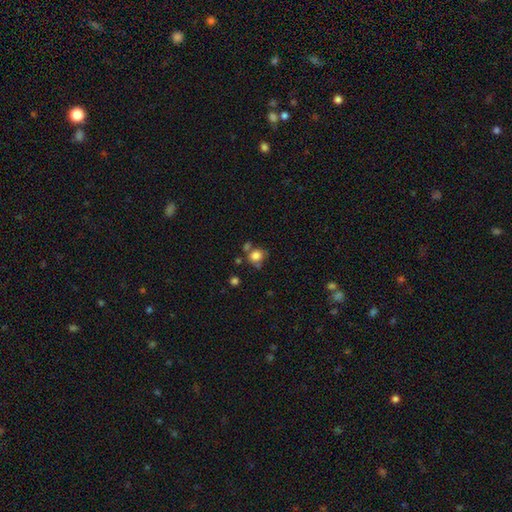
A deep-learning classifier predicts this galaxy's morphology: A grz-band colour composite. It shows a smooth galaxy with no disk features (80%) that is round (70%). Merging: none (55%).